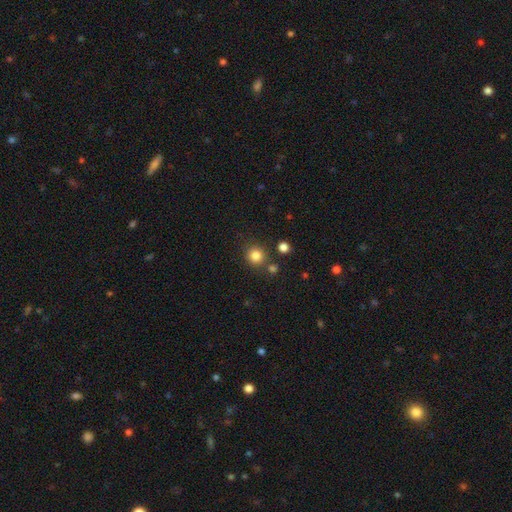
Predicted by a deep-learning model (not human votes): Morphology: type=smooth (83%); roundness=round (90%); merging=none (81%).